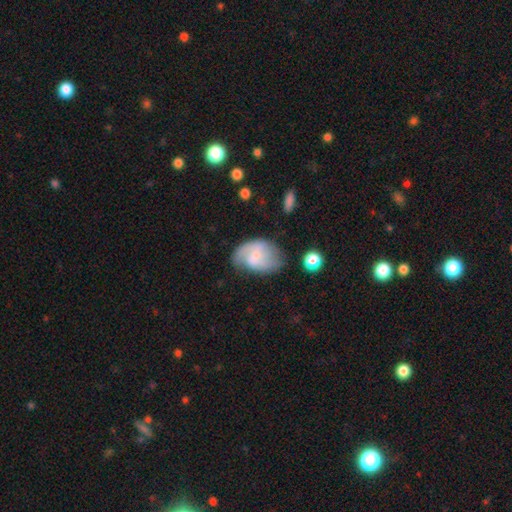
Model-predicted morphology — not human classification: The model was most divided on "bar": no: 50%, weak: 41%, strong: 9%. Remaining: edge-on disk — no (97%); spiral arms — yes (85%); smooth or featured — featured or disk (58%); merging — none (51%); bulge size — small (43%).